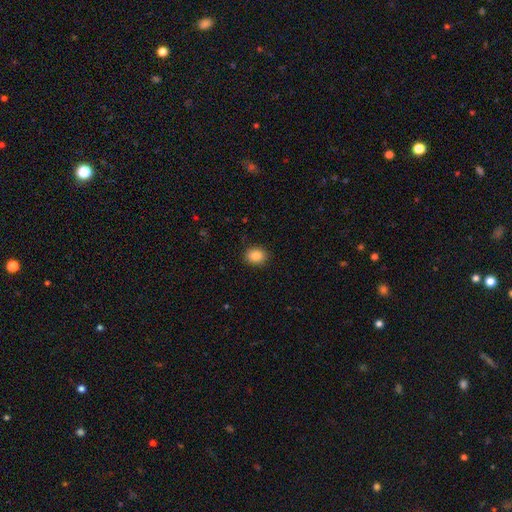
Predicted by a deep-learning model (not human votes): Morphology: type=smooth (85%); roundness=round (55%); merging=none (90%).